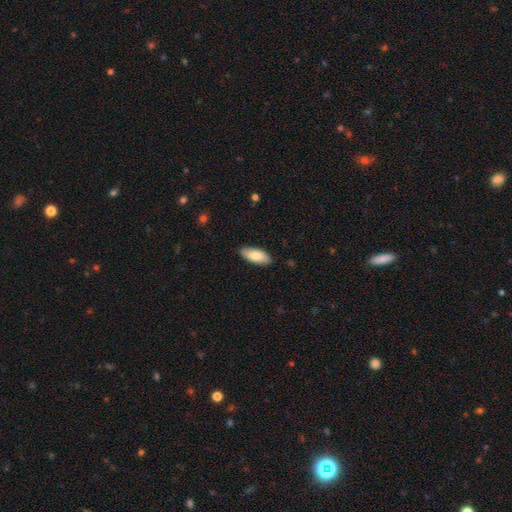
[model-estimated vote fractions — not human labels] This appears to be a smooth galaxy with no disk features (80%) that is in between round and cigar-shaped (81%). Merging: none (88%).